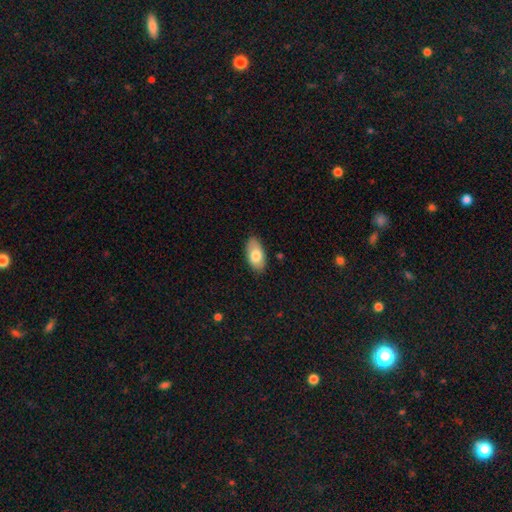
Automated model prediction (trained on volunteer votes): smooth 78%, featured or disk 16%, star or artifact 6%. Down the decision tree: how rounded — in between (94%); merging — none (85%).